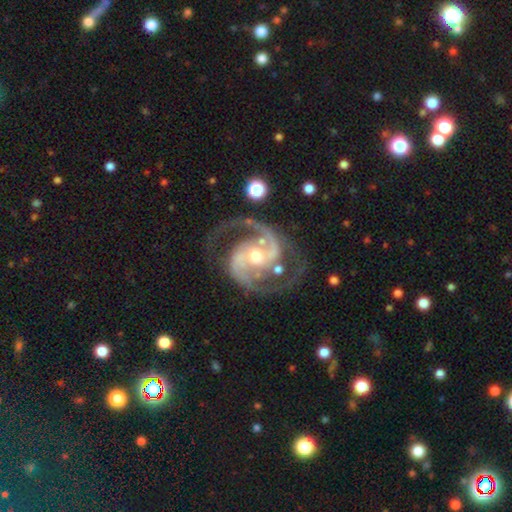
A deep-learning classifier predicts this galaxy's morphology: This is clearly a featured or disk galaxy (94%). It is clearly not viewed edge-on (98%). Bar: marginally no (41%). Spiral arm pattern: clearly yes (99%). Spiral arm count: clearly 2 (91%). Spiral winding: likely medium (66%). Central bulge: possibly moderate (51%). Merging: likely none (76%).